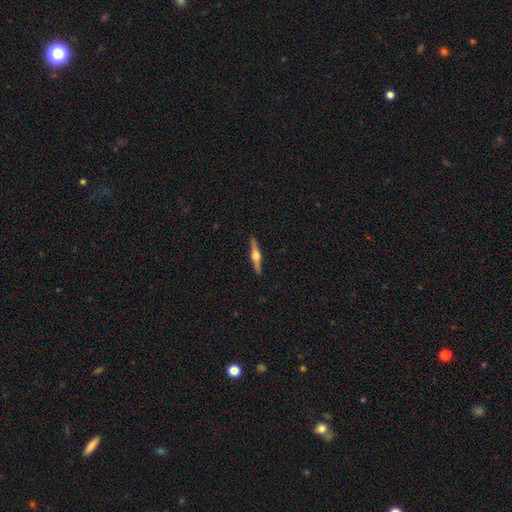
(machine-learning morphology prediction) A featured or disk galaxy (76%) viewed edge-on (98%) with a rounded central bulge (95%).

Vote fractions:
- Smooth or featured? featured or disk: 76% / smooth: 19% / star or artifact: 5%
- Edge-on disk? yes: 98% / no: 2%
- Edge-on bulge? rounded: 95% / boxy: 3% / none: 2%
- Merging? none: 91% / minor disturbance: 6% / major disturbance: 1% / merger: 1%